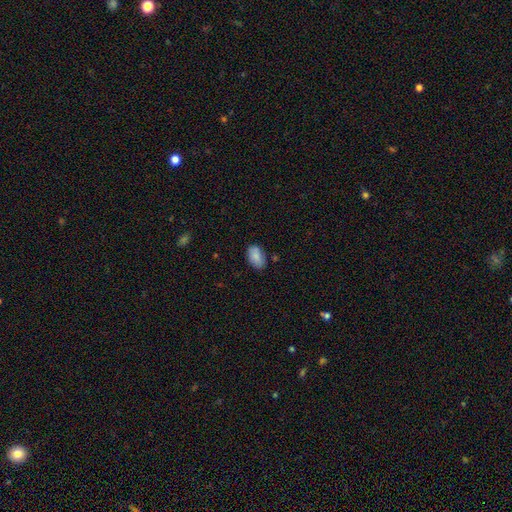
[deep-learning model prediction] This is clearly a smooth galaxy (84%). How rounded: clearly in between (92%). Merging: likely none (77%).